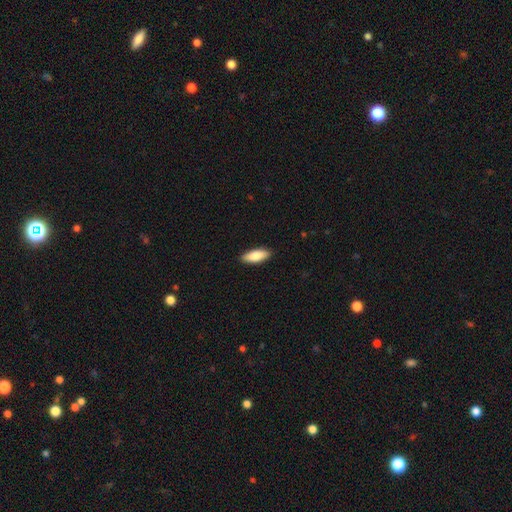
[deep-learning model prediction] Smooth or featured: smooth — 85% (featured or disk — 9%)
How rounded: in between — 72% (cigar-shaped — 26%)
Merging: none — 90% (minor disturbance — 8%)